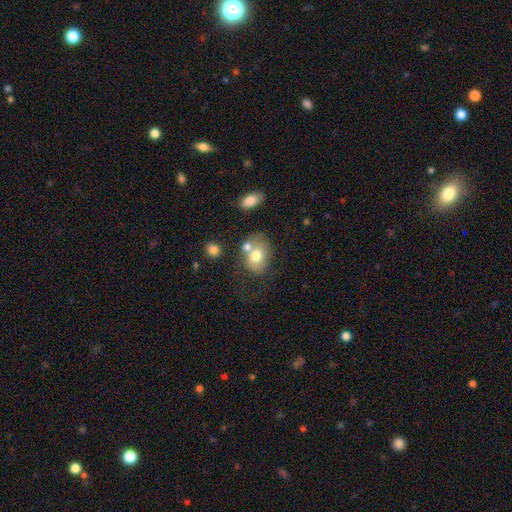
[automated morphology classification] smooth 71%, featured or disk 21%, star or artifact 9%. Down the decision tree: how rounded — in between (61%); merging — none (40%).